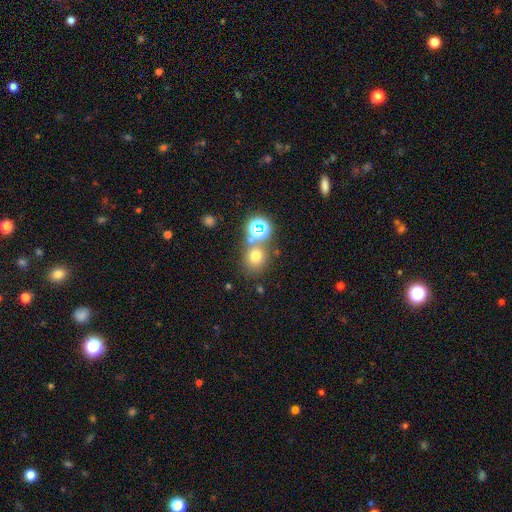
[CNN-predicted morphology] smooth 66%, star or artifact 24%, featured or disk 10%. Down the decision tree: how rounded — round (80%); merging — none (64%).